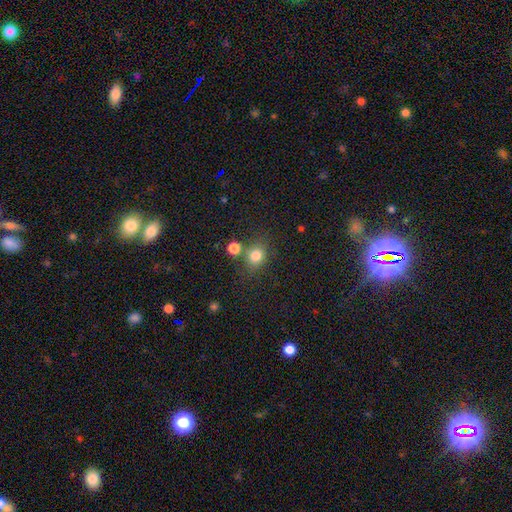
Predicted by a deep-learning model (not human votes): smooth_or_featured: smooth (p=0.80) [alt: star or artifact p=0.13]
how_rounded: round (p=0.71) [alt: in between p=0.28]
merging: none (p=0.68) [alt: merger p=0.15]